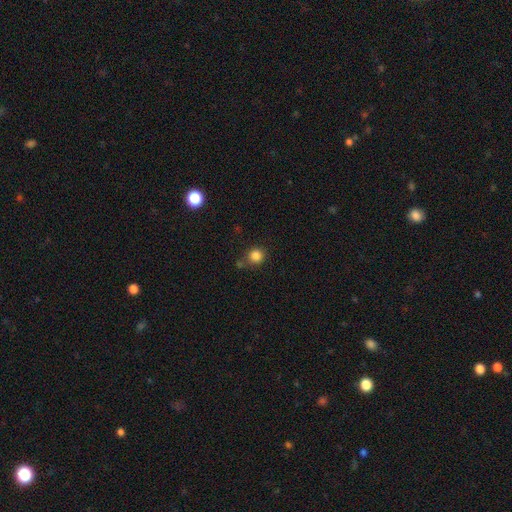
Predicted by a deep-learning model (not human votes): This is clearly a smooth galaxy (84%). How rounded: clearly round (91%). Merging: likely none (72%).